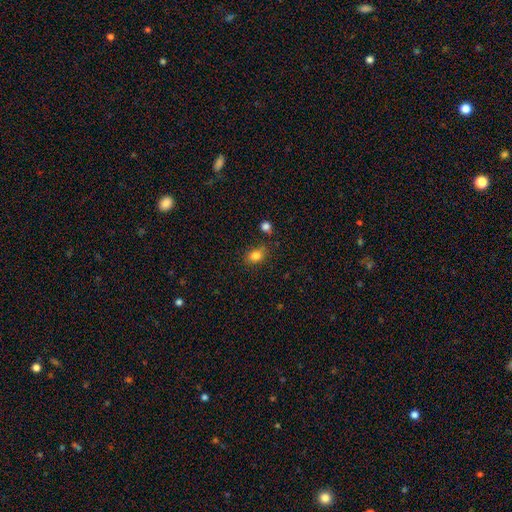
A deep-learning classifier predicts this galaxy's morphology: A smooth galaxy with no disk features (83%) that is in between round and cigar-shaped (63%).

Vote fractions:
- Smooth or featured? smooth: 83% / star or artifact: 11% / featured or disk: 6%
- How rounded? in between: 63% / round: 36% / cigar-shaped: 1%
- Merging? none: 75% / minor disturbance: 16% / merger: 5% / major disturbance: 4%